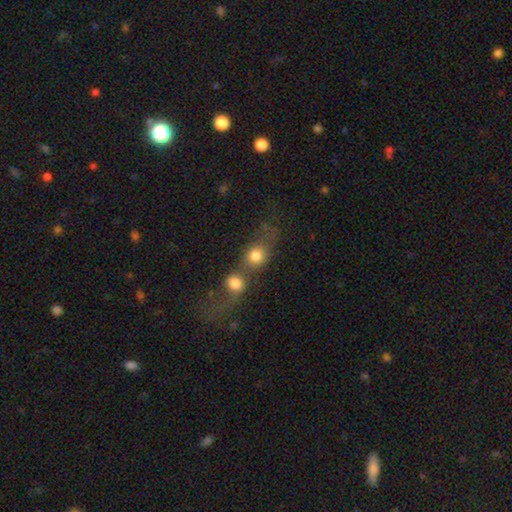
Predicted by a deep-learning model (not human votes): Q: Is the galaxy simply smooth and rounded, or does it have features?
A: smooth — 76%.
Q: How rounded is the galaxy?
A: round — 71%.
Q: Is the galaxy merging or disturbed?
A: merger — 64%.